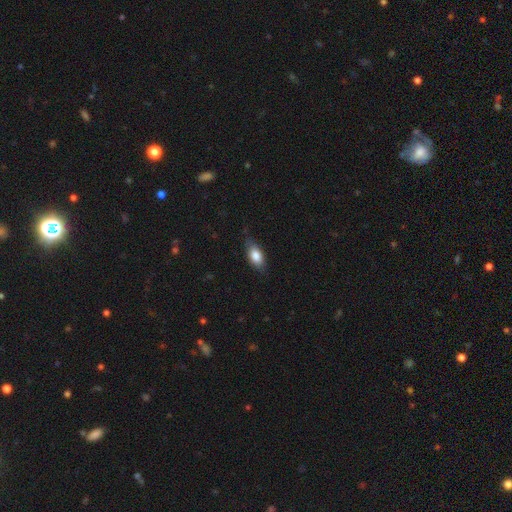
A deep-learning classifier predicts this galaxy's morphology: Smooth or featured: smooth — 78% (featured or disk — 15%)
How rounded: in between — 86% (cigar-shaped — 10%)
Merging: none — 75% (minor disturbance — 20%)